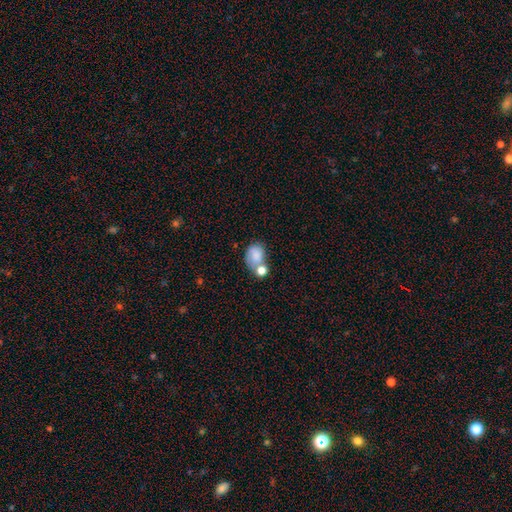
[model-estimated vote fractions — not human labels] smooth-or-featured: smooth: 77% | featured or disk: 14% | star or artifact: 9%
  how-rounded: in between: 60% | round: 39% | cigar-shaped: 1%
  merging: merger: 40% | none: 34% | minor disturbance: 16% | major disturbance: 10%